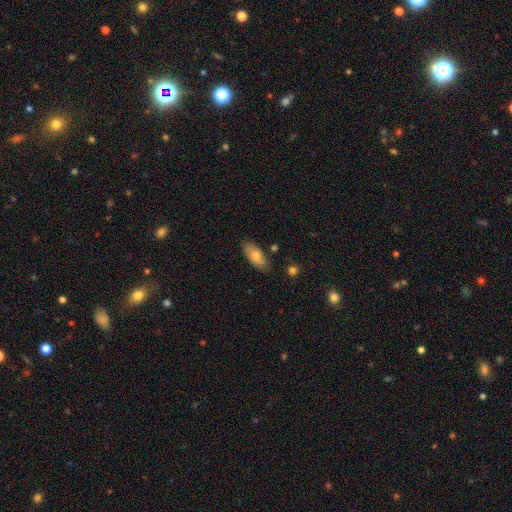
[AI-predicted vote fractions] This appears to be a smooth galaxy with no disk features (74%) that is in between round and cigar-shaped (85%). Merging: none (82%).